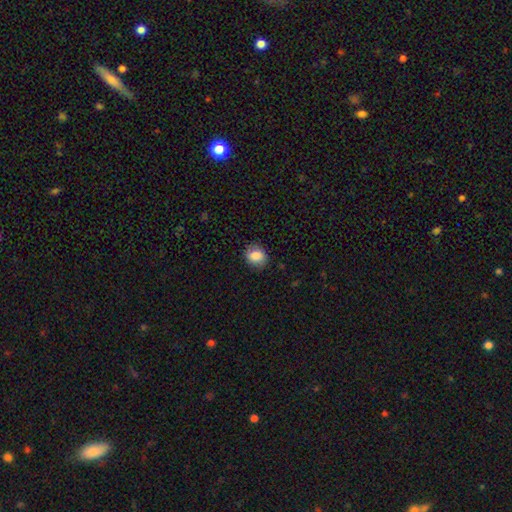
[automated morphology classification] A smooth galaxy with no disk features (85%) that is round (59%). Merging: none (84%).